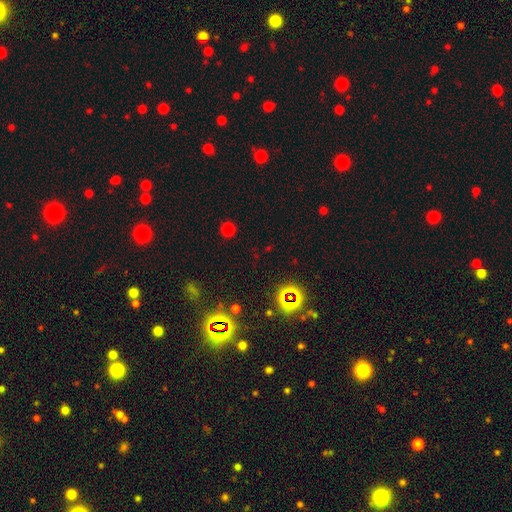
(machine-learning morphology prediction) Smooth or featured?
  - star or artifact: 63% *
  - smooth: 29%
  - featured or disk: 8%